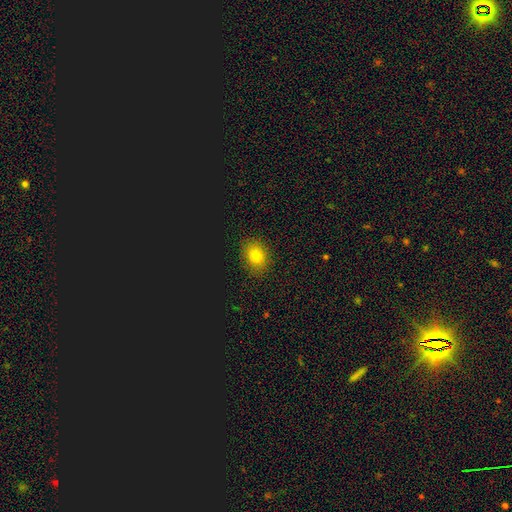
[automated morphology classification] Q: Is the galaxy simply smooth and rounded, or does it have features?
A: smooth — 77%.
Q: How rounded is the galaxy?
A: in between — 56%.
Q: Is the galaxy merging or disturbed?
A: none — 87%.